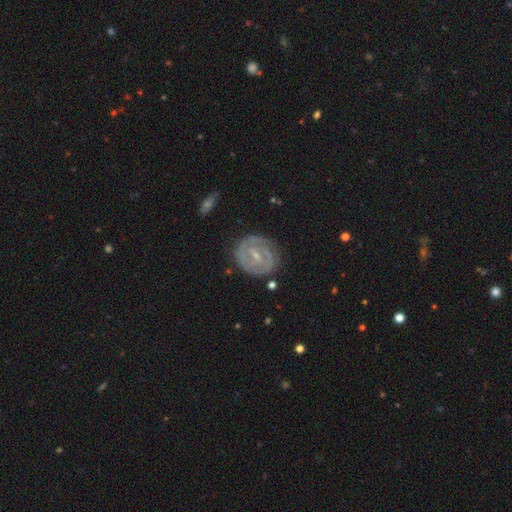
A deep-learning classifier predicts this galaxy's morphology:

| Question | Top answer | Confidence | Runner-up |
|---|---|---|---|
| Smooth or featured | featured or disk | 86% | smooth (9%) |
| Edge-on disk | no | 97% | yes (3%) |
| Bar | weak | 50% | no (26%) |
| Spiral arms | yes | 95% | no (5%) |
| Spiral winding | tight | 68% | medium (27%) |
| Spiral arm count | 2 | 77% | can't tell (9%) |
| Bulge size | small | 73% | moderate (23%) |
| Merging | none | 81% | minor disturbance (13%) |